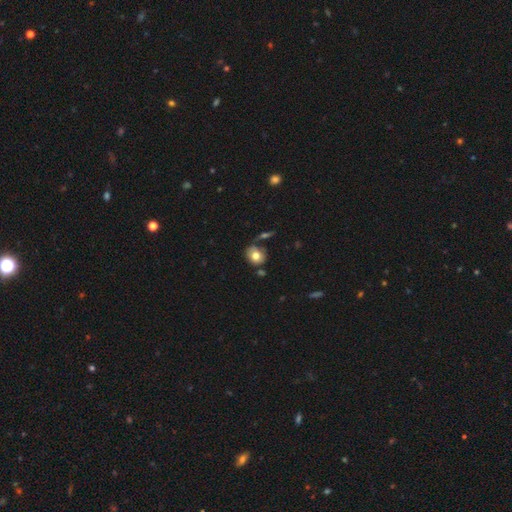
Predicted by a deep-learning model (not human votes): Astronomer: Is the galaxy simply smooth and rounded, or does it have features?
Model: smooth — 75%.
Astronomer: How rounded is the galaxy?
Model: round — 66%.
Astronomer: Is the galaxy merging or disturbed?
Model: none — 64%.